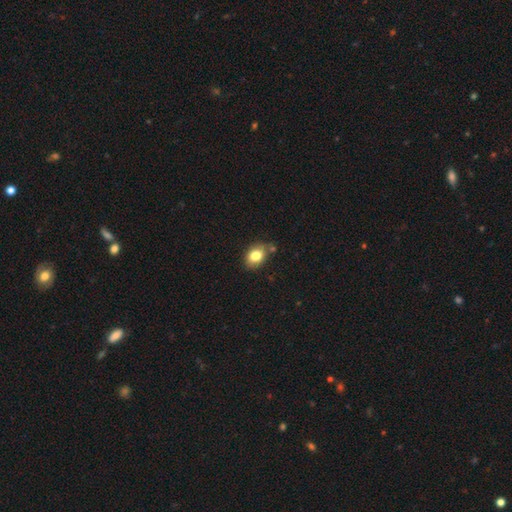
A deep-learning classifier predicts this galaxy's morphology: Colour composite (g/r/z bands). It shows a smooth galaxy with no disk features (81%) that is in between round and cigar-shaped (69%). Merging: none (70%).